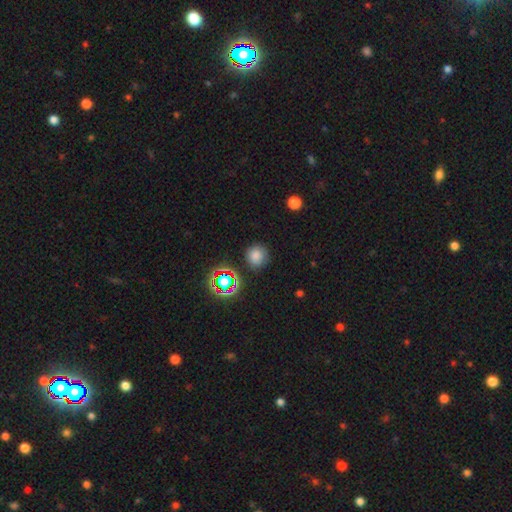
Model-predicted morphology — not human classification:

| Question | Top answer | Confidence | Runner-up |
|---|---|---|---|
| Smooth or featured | smooth | 71% | star or artifact (22%) |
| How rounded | round | 92% | in between (7%) |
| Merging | none | 85% | minor disturbance (9%) |